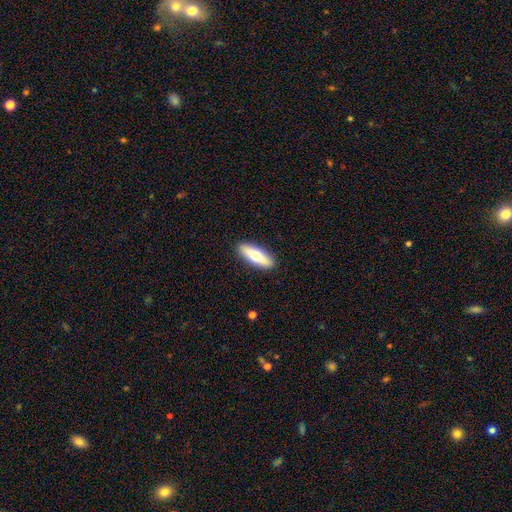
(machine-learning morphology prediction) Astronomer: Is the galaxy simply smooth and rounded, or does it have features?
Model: smooth — 65%.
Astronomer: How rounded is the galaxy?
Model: in between — 53% (runner-up: cigar-shaped, 45%).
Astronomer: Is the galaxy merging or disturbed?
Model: none — 90%.